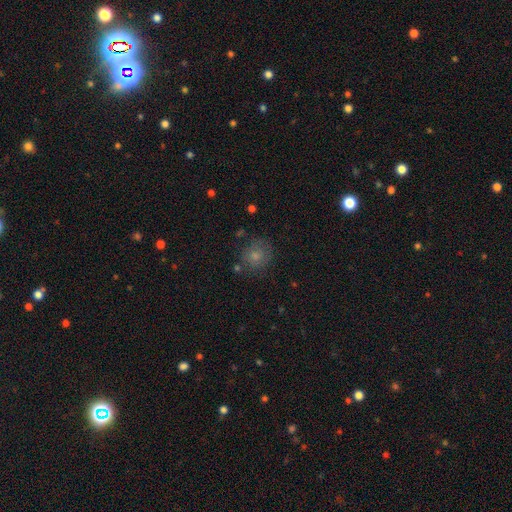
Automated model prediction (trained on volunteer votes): Smooth or featured? Predicted: smooth (p=0.73). How rounded? Predicted: round (p=0.82). Merging? Predicted: none (p=0.71).